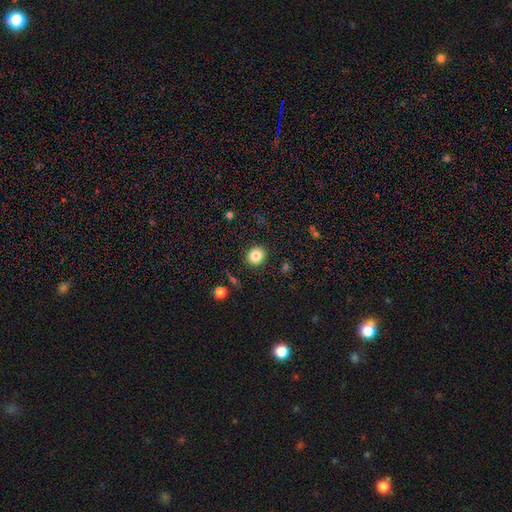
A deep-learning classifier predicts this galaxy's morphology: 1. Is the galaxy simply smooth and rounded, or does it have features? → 82% smooth, 10% star or artifact, 7% featured or disk.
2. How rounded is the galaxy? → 72% round, 27% in between, 1% cigar-shaped.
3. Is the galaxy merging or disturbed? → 89% none, 7% minor disturbance, 2% major disturbance, 1% merger.